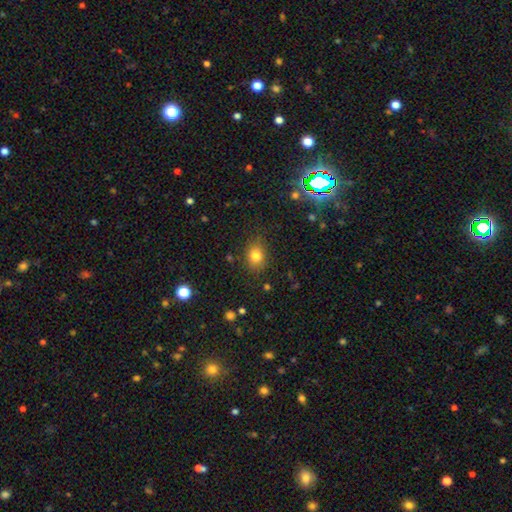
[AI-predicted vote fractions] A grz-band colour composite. It shows a smooth galaxy with no disk features (80%) that is round (53%). Merging: none (82%).